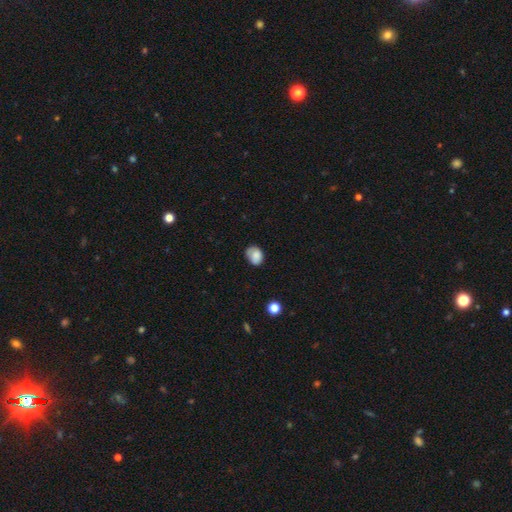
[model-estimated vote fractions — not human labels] Smooth or featured?
  - smooth: 80% *
  - featured or disk: 11%
  - star or artifact: 9%
How rounded?
  - in between: 53% *
  - round: 46%
  - cigar-shaped: 1%
Merging?
  - none: 61% *
  - minor disturbance: 28%
  - major disturbance: 8%
  - merger: 2%